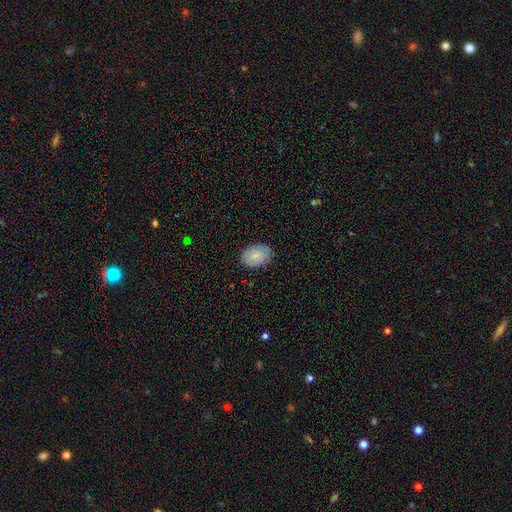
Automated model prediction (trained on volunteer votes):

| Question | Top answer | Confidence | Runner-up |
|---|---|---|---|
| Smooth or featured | smooth | 85% | featured or disk (8%) |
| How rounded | in between | 81% | round (18%) |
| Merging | none | 84% | minor disturbance (12%) |